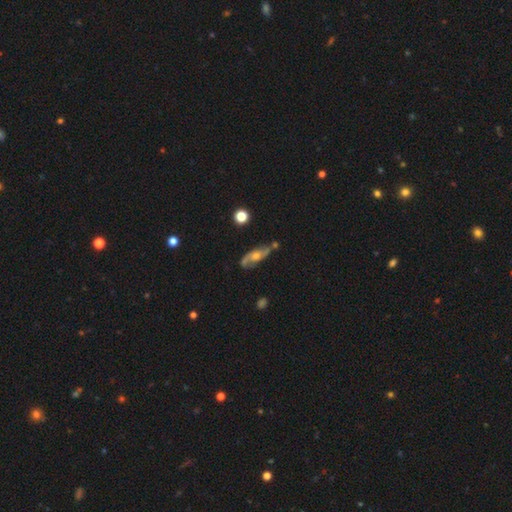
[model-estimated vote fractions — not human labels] The model was most divided on "bulge size": moderate: 60%, small: 29%, large: 6%, none: 3%, dominant: 1%. More confident: spiral arms — yes (87%); edge-on disk — no (79%); smooth or featured — featured or disk (71%); bar — no (67%); merging — none (65%).